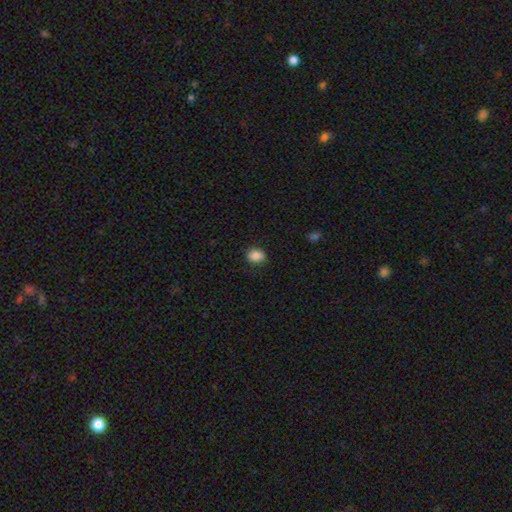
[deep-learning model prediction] Smooth or featured? Predicted: smooth (p=0.86). How rounded? Predicted: round (p=0.51). Merging? Predicted: none (p=0.80).